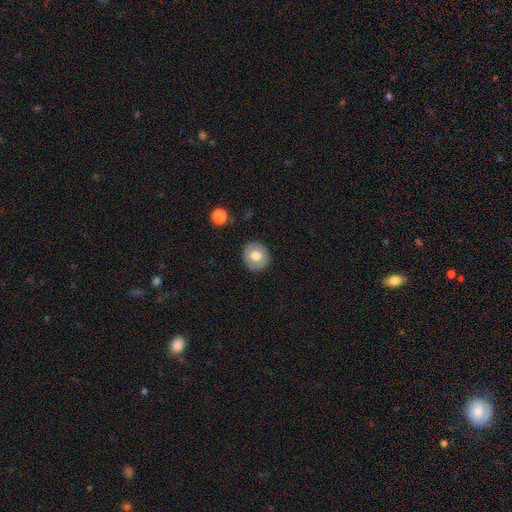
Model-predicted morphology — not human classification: Smooth or featured? smooth (73%)
How rounded? round (90%)
Merging? none (89%)